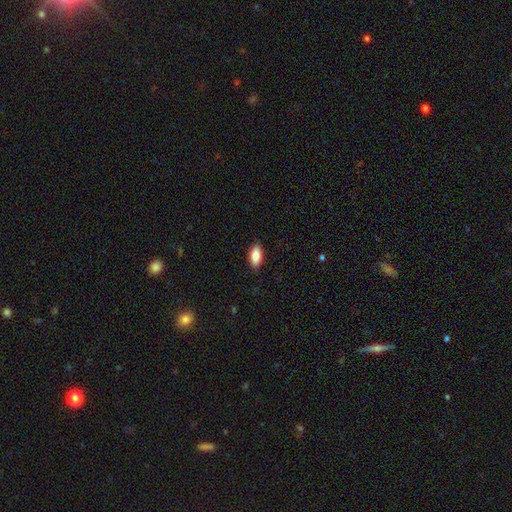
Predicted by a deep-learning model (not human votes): A smooth galaxy with no disk features (87%) that is in between round and cigar-shaped (91%).

Vote fractions:
- Smooth or featured? smooth: 87% / featured or disk: 6% / star or artifact: 6%
- How rounded? in between: 91% / cigar-shaped: 6% / round: 3%
- Merging? none: 88% / minor disturbance: 9% / major disturbance: 2% / merger: 1%